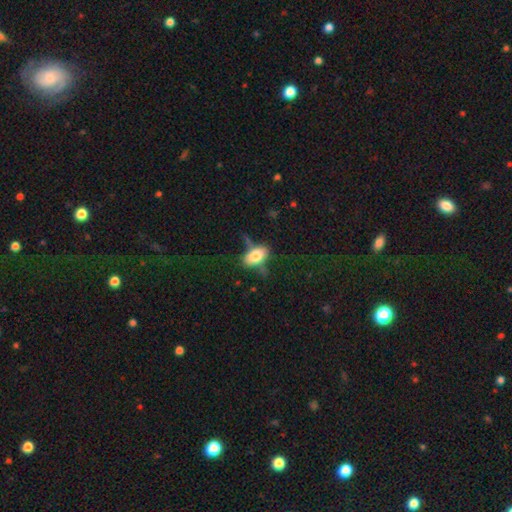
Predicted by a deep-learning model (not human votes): A smooth galaxy with no disk features (72%) that is in between round and cigar-shaped (88%). Merging: none (55%).